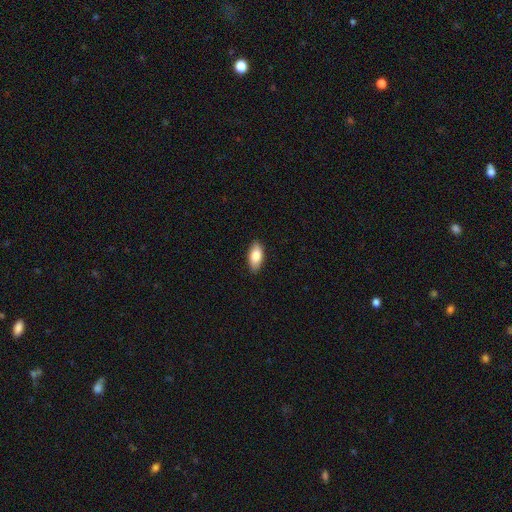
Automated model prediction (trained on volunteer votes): smooth_or_featured: smooth (p=0.84) [alt: featured or disk p=0.10]
how_rounded: in between (p=0.90) [alt: cigar-shaped p=0.08]
merging: none (p=0.88) [alt: minor disturbance p=0.09]